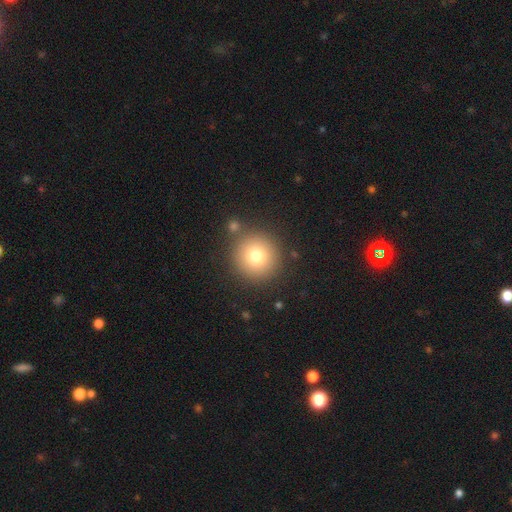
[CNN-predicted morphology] smooth_or_featured: smooth (p=0.77) [alt: star or artifact p=0.12]
how_rounded: round (p=0.95) [alt: in between p=0.04]
merging: none (p=0.85) [alt: minor disturbance p=0.07]